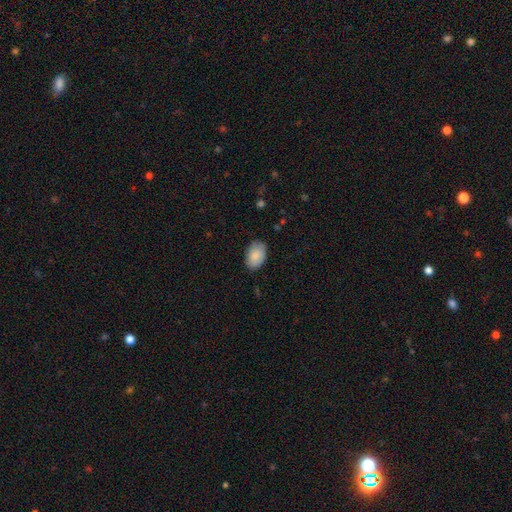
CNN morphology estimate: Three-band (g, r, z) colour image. It shows a smooth galaxy with no disk features (86%) that is in between round and cigar-shaped (89%). Merging: none (82%).